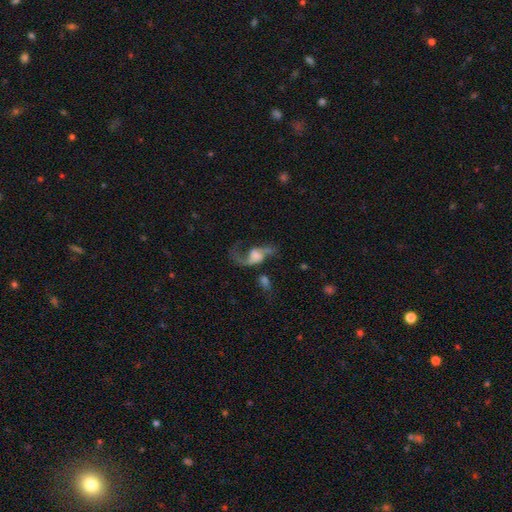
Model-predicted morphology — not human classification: This appears to be a featured or disk galaxy (72%) with no bar (59%), 2 (68%) loose (80%) spiral arms (86%) and a moderate central bulge (32%). Merging: major disturbance (38%).